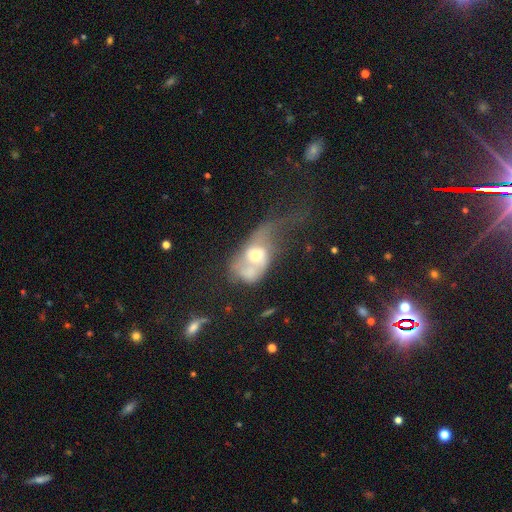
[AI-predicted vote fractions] Morphology: type=featured or disk (50%); merging=major disturbance (44%).